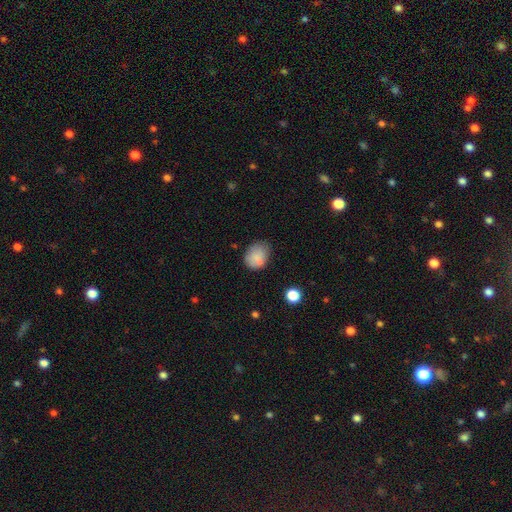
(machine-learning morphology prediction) type=smooth (79%); roundness=in between (52%); merging=none (57%).